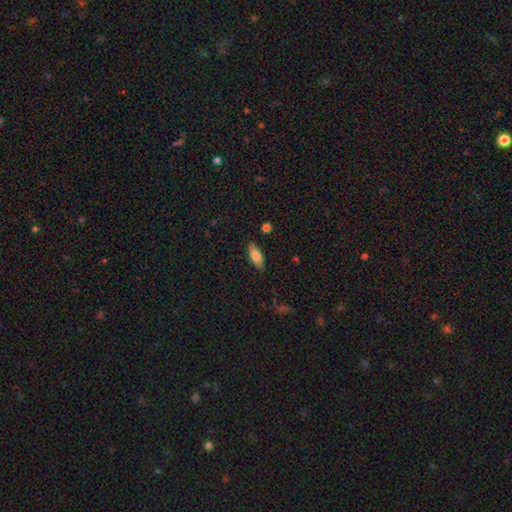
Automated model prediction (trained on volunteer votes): smooth_or_featured: smooth (p=0.78) [alt: featured or disk p=0.15]
how_rounded: in between (p=0.79) [alt: cigar-shaped p=0.19]
merging: none (p=0.83) [alt: minor disturbance p=0.13]